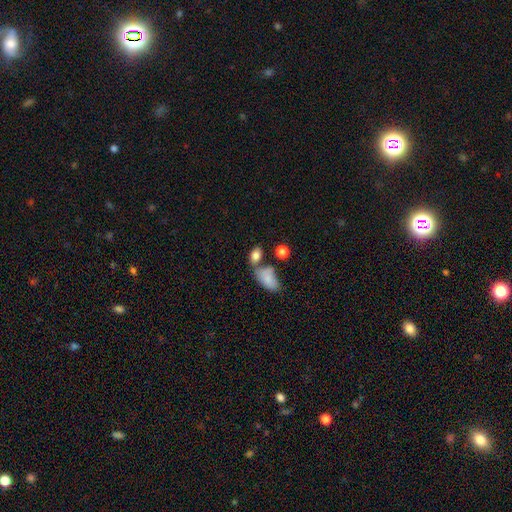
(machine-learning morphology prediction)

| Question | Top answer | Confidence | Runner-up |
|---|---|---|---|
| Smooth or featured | smooth | 81% | star or artifact (9%) |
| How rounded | in between | 82% | round (15%) |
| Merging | none | 48% | merger (30%) |